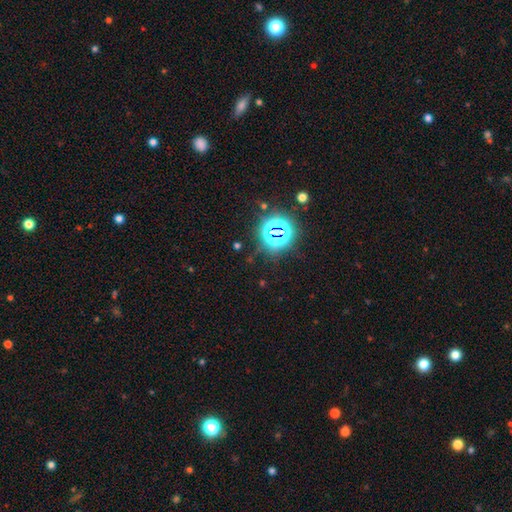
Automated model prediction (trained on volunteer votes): The model was most divided on "smooth or featured": star or artifact: 78%, smooth: 14%, featured or disk: 8%.